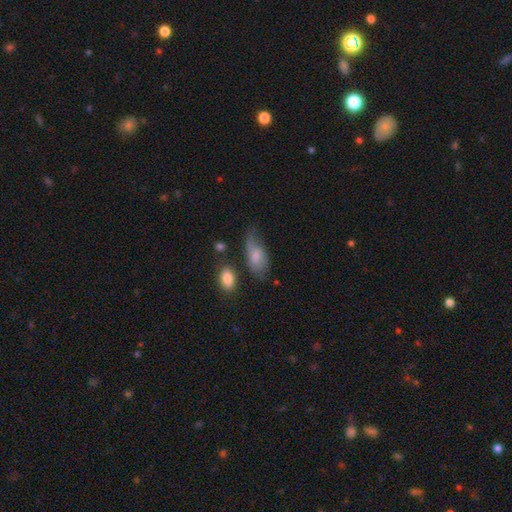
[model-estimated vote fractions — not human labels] Smooth or featured? Predicted: smooth (p=0.64). How rounded? Predicted: in between (p=0.89). Merging? Predicted: none (p=0.40).